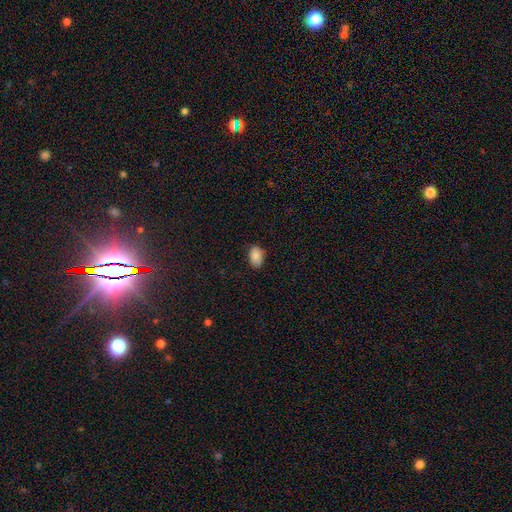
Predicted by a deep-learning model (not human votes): Overall: smooth (88%). How rounded: in between (87%). Merging: none (82%).